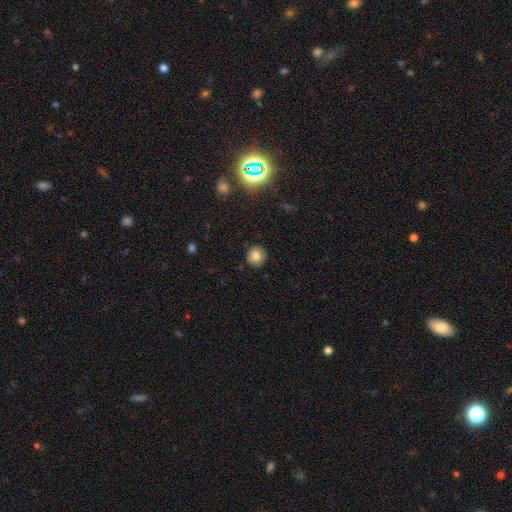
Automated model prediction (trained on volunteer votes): Morphology: type=smooth (76%); roundness=round (91%); merging=none (89%).